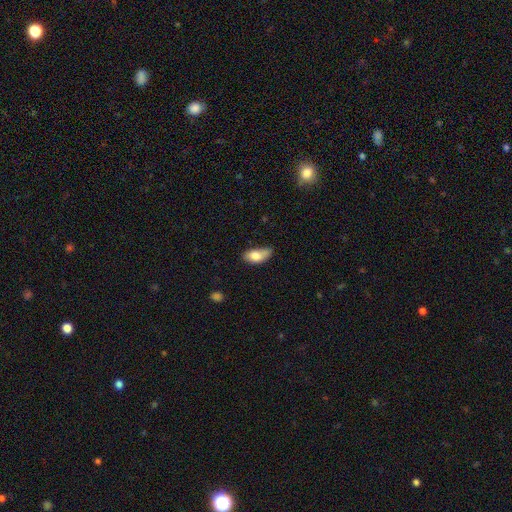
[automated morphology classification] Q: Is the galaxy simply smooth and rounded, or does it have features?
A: smooth — 78%.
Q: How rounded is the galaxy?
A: in between — 89%.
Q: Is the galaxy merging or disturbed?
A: minor disturbance — 41%.